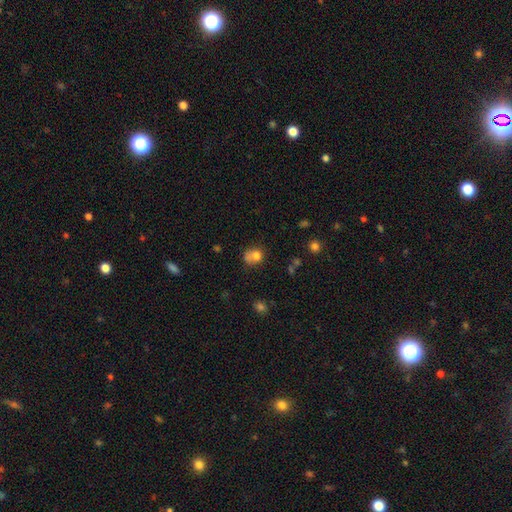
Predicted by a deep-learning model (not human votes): smooth_or_featured: smooth (p=0.76) [alt: featured or disk p=0.13]
how_rounded: round (p=0.70) [alt: in between p=0.29]
merging: none (p=0.41) [alt: merger p=0.27]